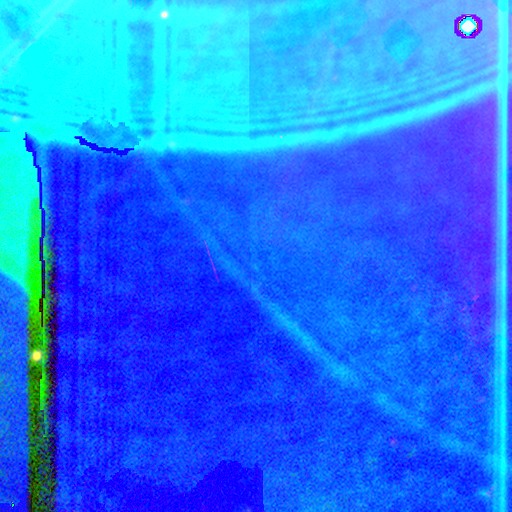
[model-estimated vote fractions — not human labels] star or artifact 85%, featured or disk 8%, smooth 7%.